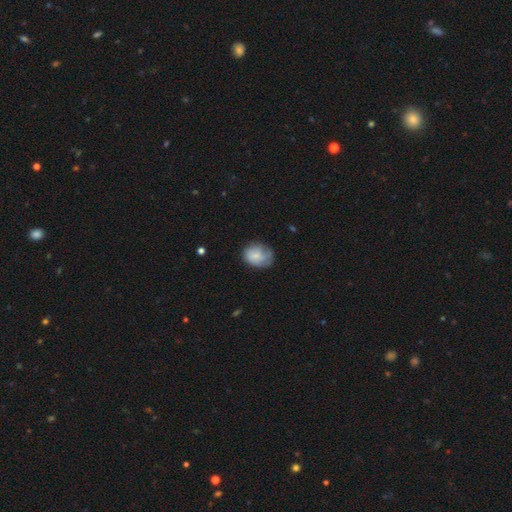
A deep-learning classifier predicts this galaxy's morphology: smooth 64%, featured or disk 29%, star or artifact 8%. Down the decision tree: how rounded — round (51%); merging — none (54%).